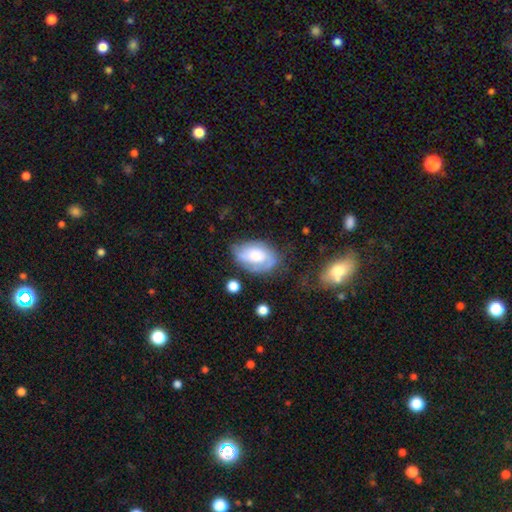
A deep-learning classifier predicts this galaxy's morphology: Smooth or featured?
  - featured or disk: 52% *
  - smooth: 40%
  - star or artifact: 8%
Edge-on disk?
  - no: 95% *
  - yes: 5%
Merging?
  - none: 57% *
  - minor disturbance: 26%
  - major disturbance: 13%
  - merger: 3%